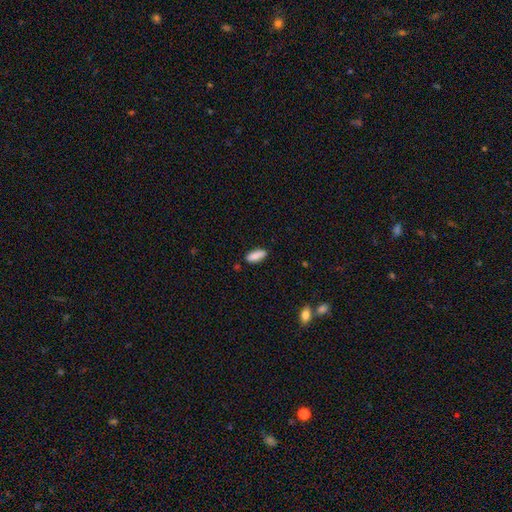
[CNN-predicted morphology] Smooth or featured?
  - smooth: 88% *
  - star or artifact: 7%
  - featured or disk: 6%
How rounded?
  - in between: 73% *
  - cigar-shaped: 25%
  - round: 2%
Merging?
  - none: 83% *
  - minor disturbance: 12%
  - major disturbance: 2%
  - merger: 2%